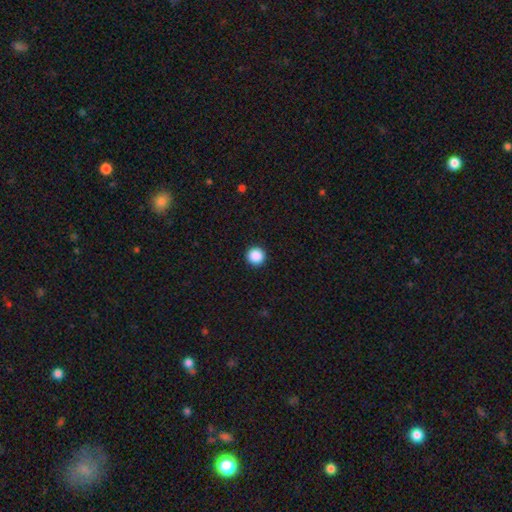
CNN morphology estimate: type=smooth (88%); roundness=round (96%); merging=none (93%).